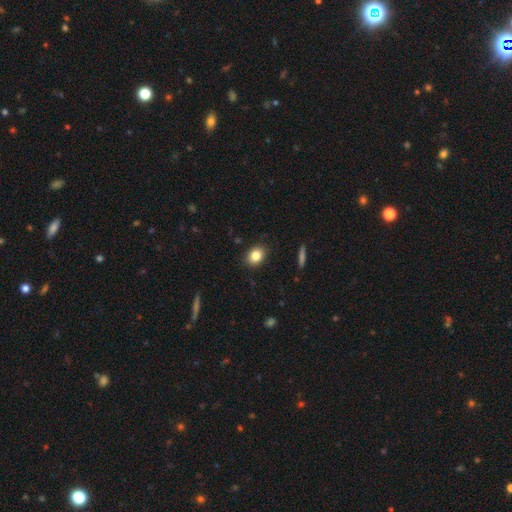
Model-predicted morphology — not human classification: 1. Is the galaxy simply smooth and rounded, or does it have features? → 83% smooth, 10% star or artifact, 8% featured or disk.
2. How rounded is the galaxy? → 58% in between, 40% round, 1% cigar-shaped.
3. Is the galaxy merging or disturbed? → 88% none, 8% minor disturbance, 2% major disturbance, 1% merger.